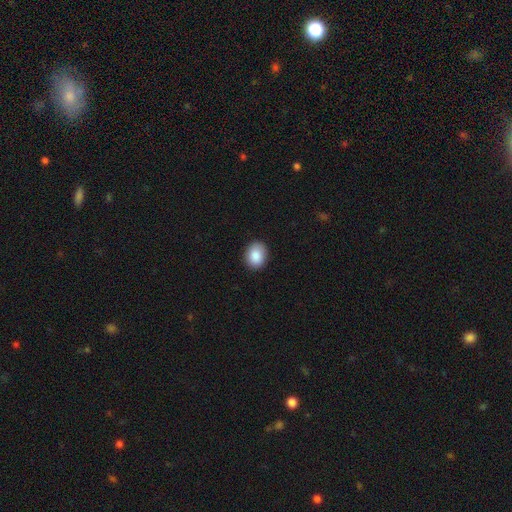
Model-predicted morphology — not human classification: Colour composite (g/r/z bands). It shows a smooth galaxy with no disk features (88%) that is in between round and cigar-shaped (56%). Merging: none (89%).